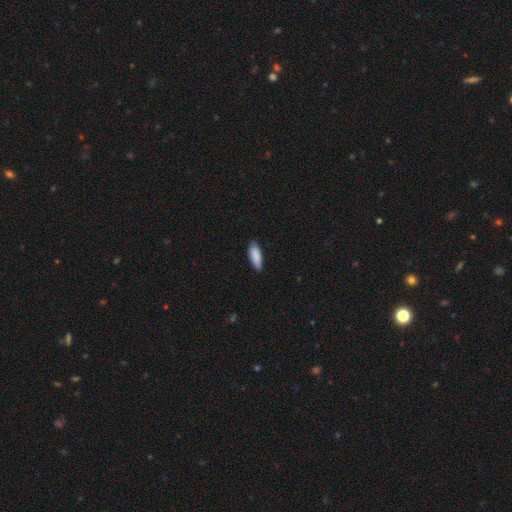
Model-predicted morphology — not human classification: Smooth or featured?
  - smooth: 88% *
  - featured or disk: 6%
  - star or artifact: 6%
How rounded?
  - in between: 70% *
  - cigar-shaped: 28%
  - round: 2%
Merging?
  - none: 78% *
  - minor disturbance: 19%
  - major disturbance: 2%
  - merger: 1%